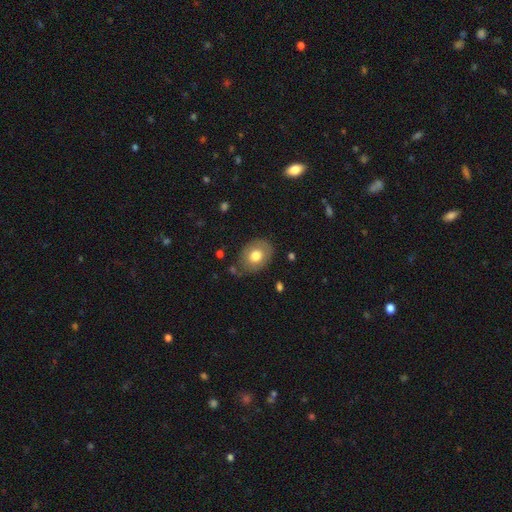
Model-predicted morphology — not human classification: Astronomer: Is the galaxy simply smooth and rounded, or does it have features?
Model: smooth — 72%.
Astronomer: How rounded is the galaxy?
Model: in between — 60% (runner-up: round, 39%).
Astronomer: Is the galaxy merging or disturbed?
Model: none — 74%.